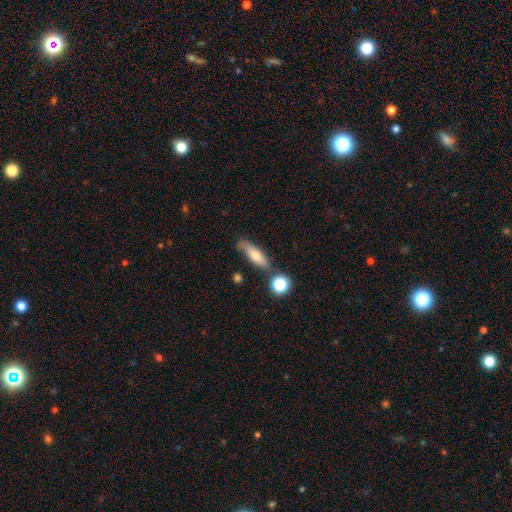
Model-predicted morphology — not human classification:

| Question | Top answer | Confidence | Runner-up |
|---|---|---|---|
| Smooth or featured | smooth | 69% | featured or disk (22%) |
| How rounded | in between | 48% | tied: cigar-shaped (48%) |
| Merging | none | 65% | minor disturbance (20%) |